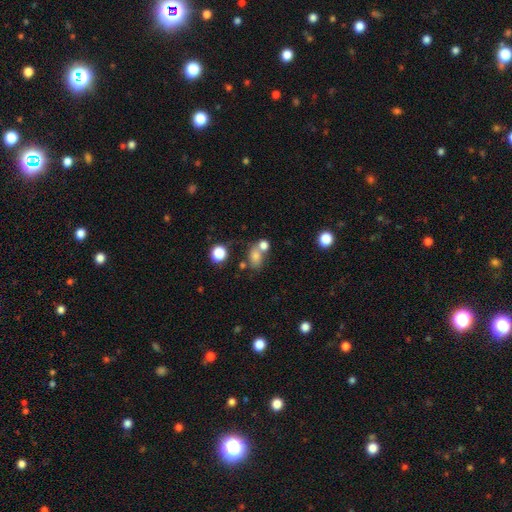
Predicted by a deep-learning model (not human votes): This appears to be a smooth galaxy with no disk features (75%) that is in between round and cigar-shaped (59%). Merging: none (43%).